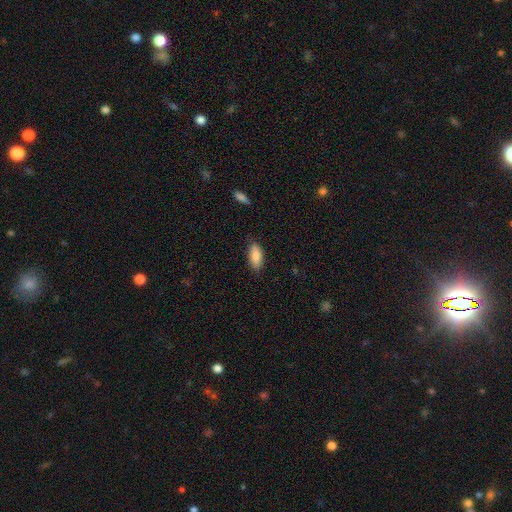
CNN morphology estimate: smooth-or-featured: smooth: 83% | featured or disk: 10% | star or artifact: 6%
  how-rounded: in between: 88% | cigar-shaped: 10% | round: 2%
  merging: none: 83% | minor disturbance: 14% | major disturbance: 2% | merger: 1%